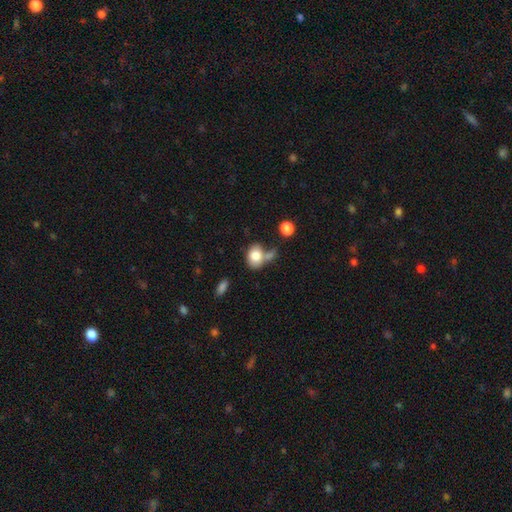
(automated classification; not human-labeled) Smooth or featured? smooth (81%)
How rounded? in between (60%)
Merging? none (40%)